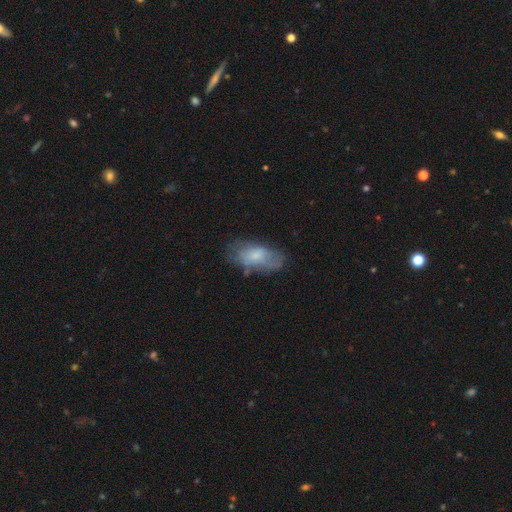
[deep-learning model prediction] A smooth galaxy with no disk features (63%) that is in between round and cigar-shaped (91%). Merging: none (57%).